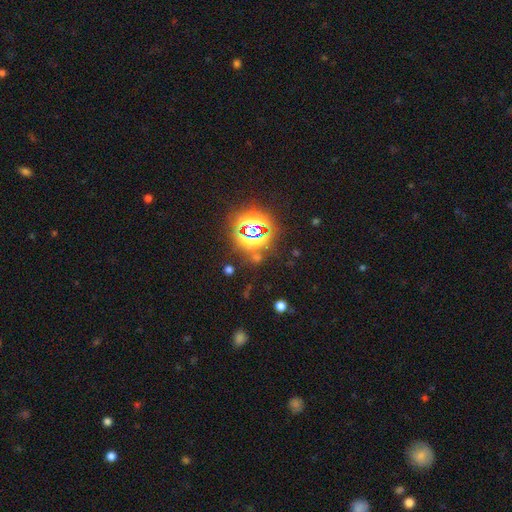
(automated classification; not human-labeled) smooth-or-featured: star or artifact: 78% | smooth: 14% | featured or disk: 8%